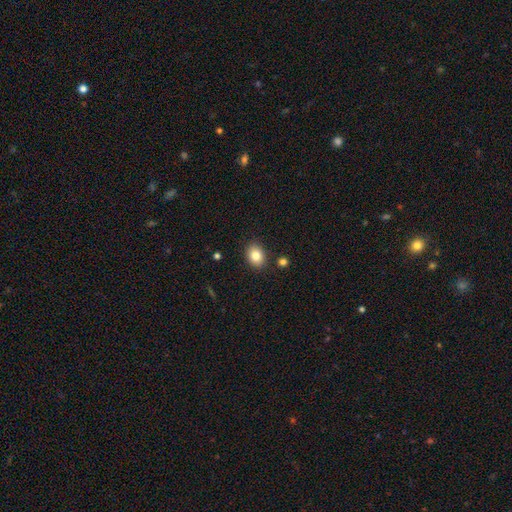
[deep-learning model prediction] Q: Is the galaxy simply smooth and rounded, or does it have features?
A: smooth — 83%.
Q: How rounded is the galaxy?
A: in between — 61%.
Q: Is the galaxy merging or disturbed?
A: none — 87%.